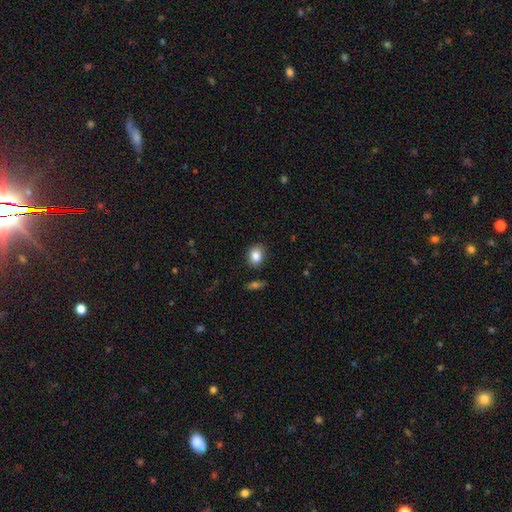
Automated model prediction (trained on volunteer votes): smooth-or-featured: smooth: 85% | star or artifact: 9% | featured or disk: 7%
  how-rounded: in between: 50% | round: 49% | cigar-shaped: 1%
  merging: none: 85% | minor disturbance: 11% | major disturbance: 2% | merger: 2%